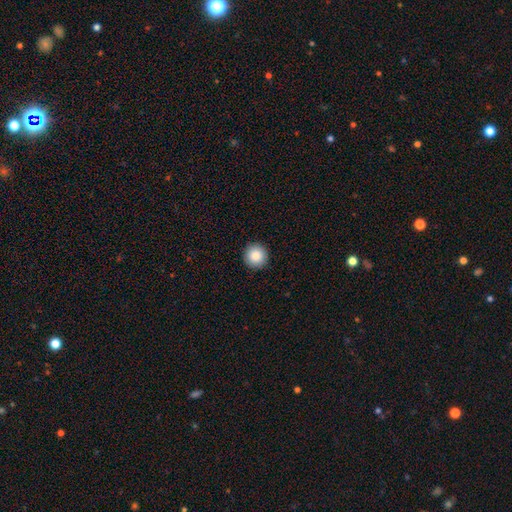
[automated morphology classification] Smooth or featured? smooth (87%)
How rounded? round (95%)
Merging? none (93%)